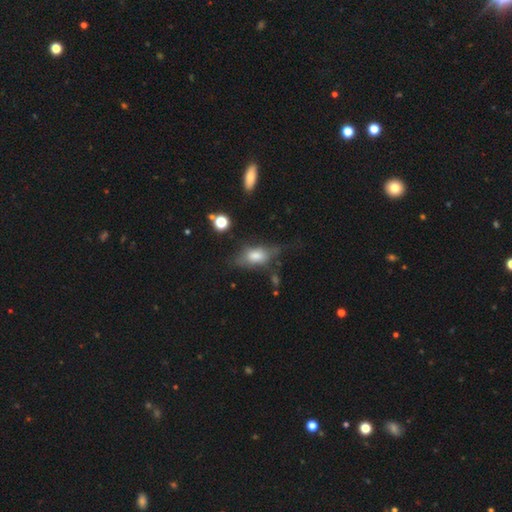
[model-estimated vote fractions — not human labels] Overall: smooth (65%; featured or disk 25%). How rounded: in between (83%). Merging: none (40%; minor disturbance 29%).